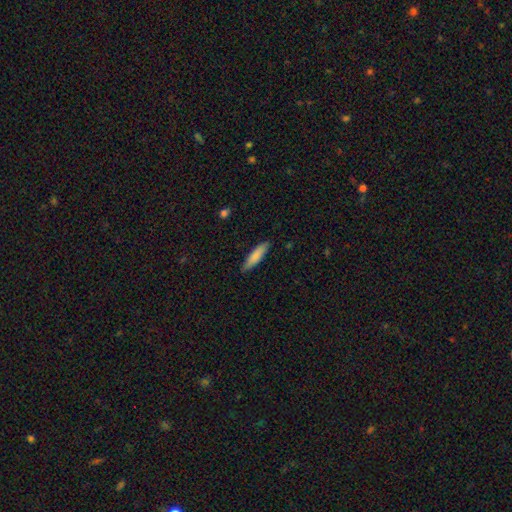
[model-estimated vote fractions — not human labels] smooth-or-featured: smooth: 83% | featured or disk: 12% | star or artifact: 6%
  how-rounded: cigar-shaped: 73% | in between: 26% | round: 1%
  merging: none: 86% | minor disturbance: 11% | major disturbance: 2% | merger: 1%